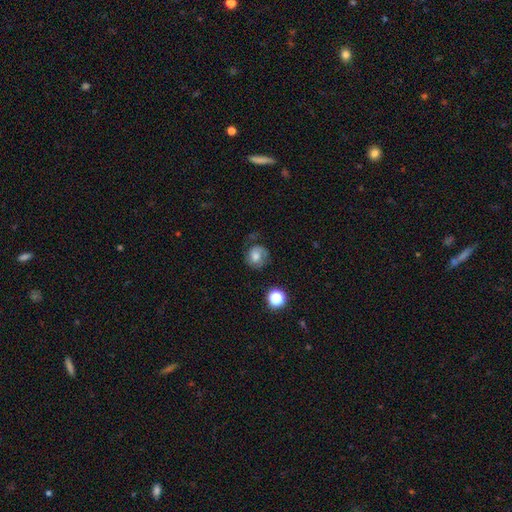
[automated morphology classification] The model was most divided on "smooth or featured": smooth: 54%, featured or disk: 34%, star or artifact: 12%. More confident: how rounded — round (78%); merging — none (56%).